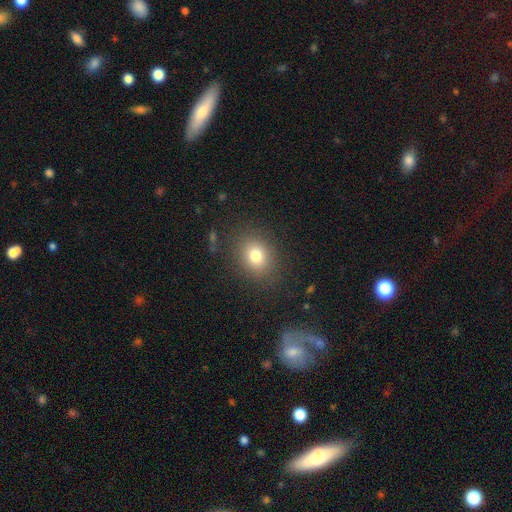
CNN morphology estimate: This appears to be a smooth galaxy with no disk features (78%) that is round (58%). Merging: none (85%).